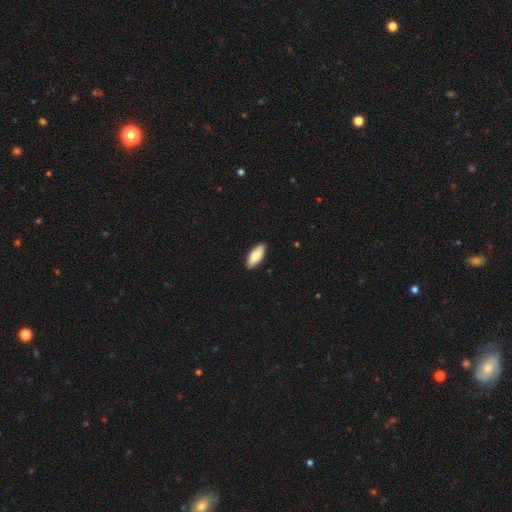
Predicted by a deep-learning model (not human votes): This is clearly a smooth galaxy (84%). How rounded: clearly in between (83%). Merging: clearly none (91%).